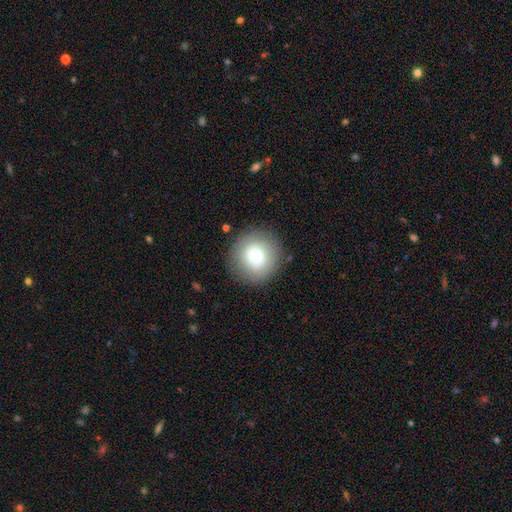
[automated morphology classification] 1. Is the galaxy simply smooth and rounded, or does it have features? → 71% smooth, 18% featured or disk, 10% star or artifact.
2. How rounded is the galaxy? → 94% round, 5% in between, 1% cigar-shaped.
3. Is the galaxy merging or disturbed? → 87% none, 8% minor disturbance, 3% major disturbance, 1% merger.